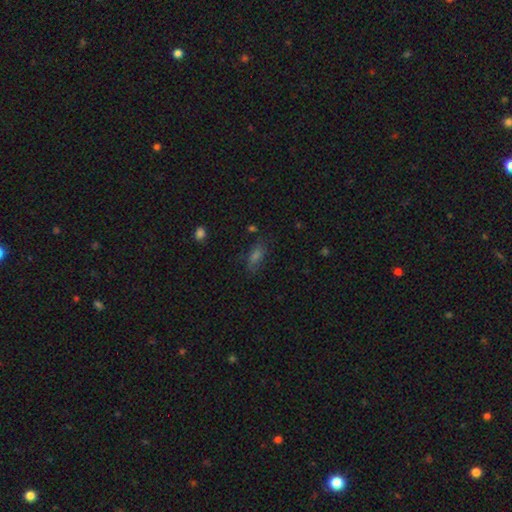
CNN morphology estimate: Q: Smooth or featured?
A: smooth (54%); runner-up: star or artifact (29%)
Q: How rounded?
A: in between (69%); runner-up: cigar-shaped (22%)
Q: Merging?
A: none (75%); runner-up: minor disturbance (16%)